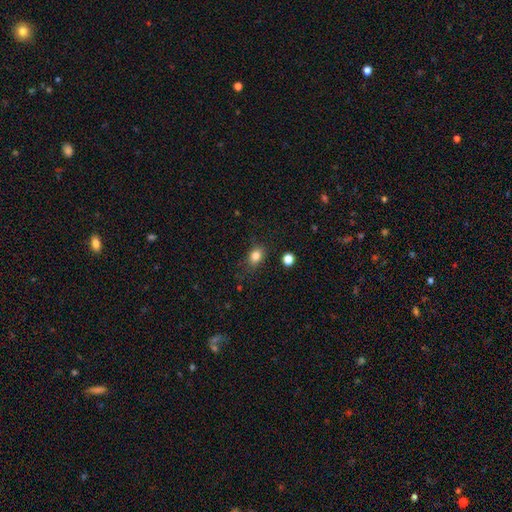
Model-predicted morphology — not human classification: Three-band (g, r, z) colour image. It shows a smooth galaxy with no disk features (82%) that is in between round and cigar-shaped (60%). Merging: none (78%).